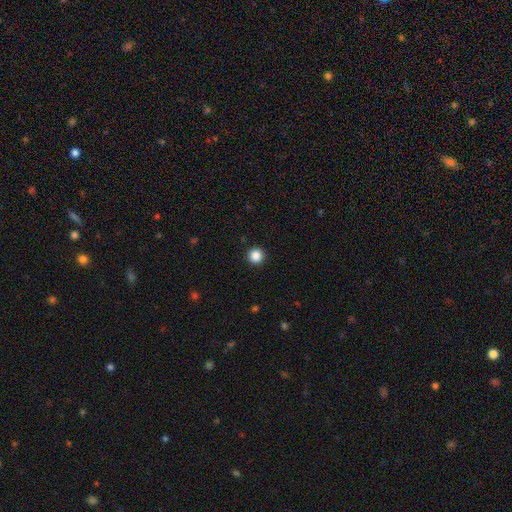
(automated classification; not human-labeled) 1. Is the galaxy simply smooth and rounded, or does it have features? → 87% smooth, 10% star or artifact, 3% featured or disk.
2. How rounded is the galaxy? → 96% round, 3% in between, 1% cigar-shaped.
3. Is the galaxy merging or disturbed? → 93% none, 4% minor disturbance, 2% major disturbance, 1% merger.